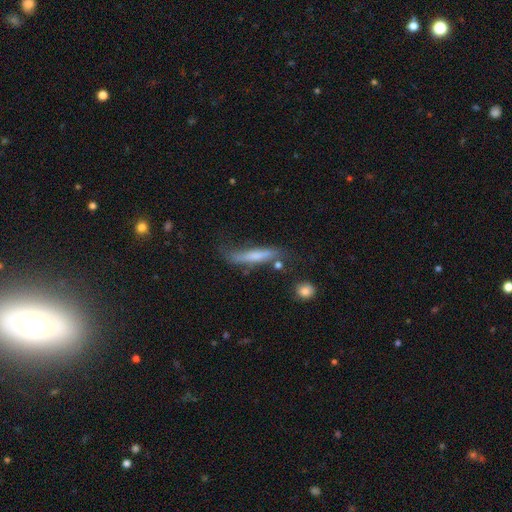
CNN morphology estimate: A smooth galaxy with no disk features (56%) that is cigar-shaped (88%). Merging: none (51%).